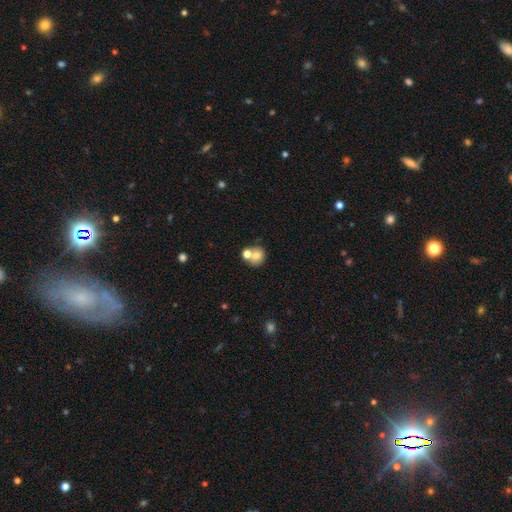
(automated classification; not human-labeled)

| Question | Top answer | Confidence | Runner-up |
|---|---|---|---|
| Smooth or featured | smooth | 72% | featured or disk (18%) |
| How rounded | round | 80% | in between (19%) |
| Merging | none | 47% | merger (39%) |